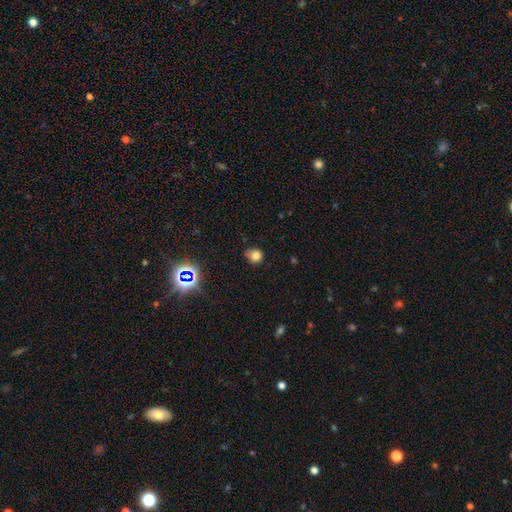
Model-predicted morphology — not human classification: smooth 75%, star or artifact 18%, featured or disk 8%. Down the decision tree: how rounded — round (68%); merging — none (64%).